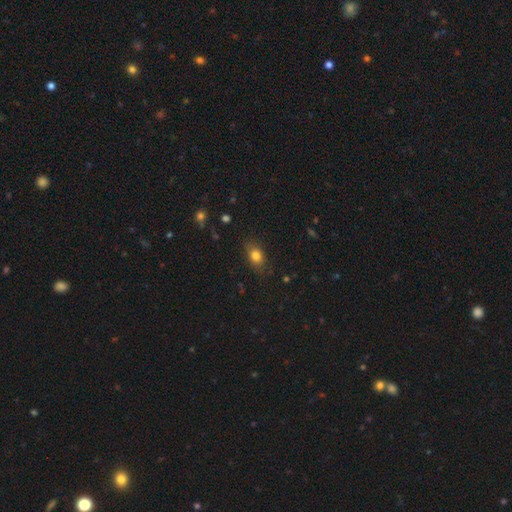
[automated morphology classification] Smooth or featured? Predicted: smooth (p=0.80). How rounded? Predicted: in between (p=0.73). Merging? Predicted: none (p=0.79).